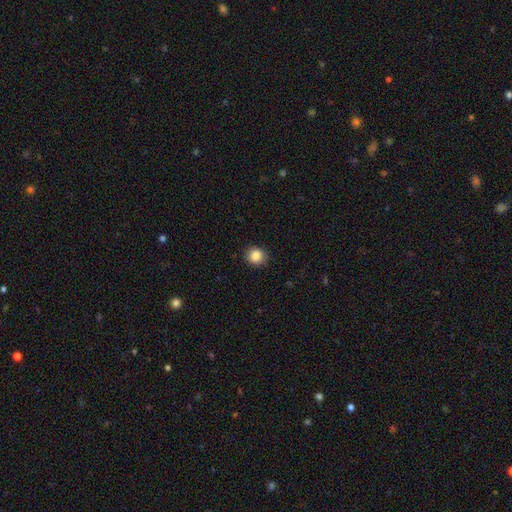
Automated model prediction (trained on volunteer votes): Overall: smooth (86%). How rounded: round (85%). Merging: none (89%).